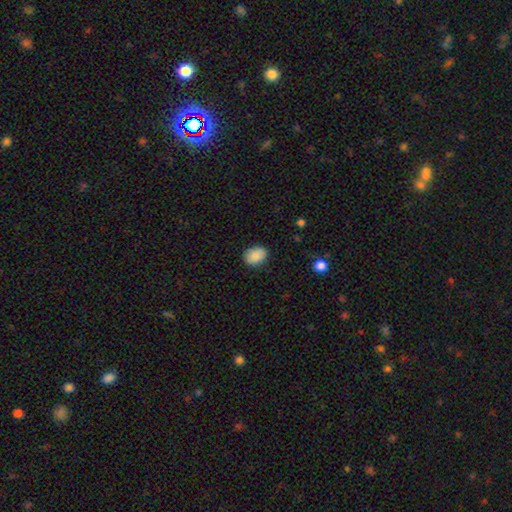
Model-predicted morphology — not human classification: This appears to be a smooth galaxy with no disk features (89%) that is in between round and cigar-shaped (71%). Merging: none (86%).